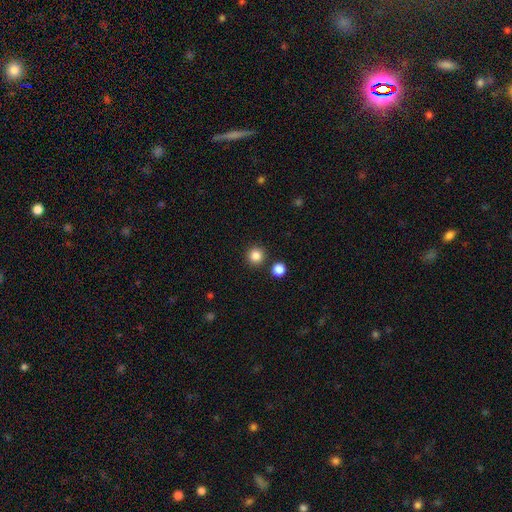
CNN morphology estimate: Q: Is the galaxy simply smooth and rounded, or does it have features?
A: smooth — 85%.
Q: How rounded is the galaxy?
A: round — 95%.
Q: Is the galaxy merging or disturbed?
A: none — 89%.